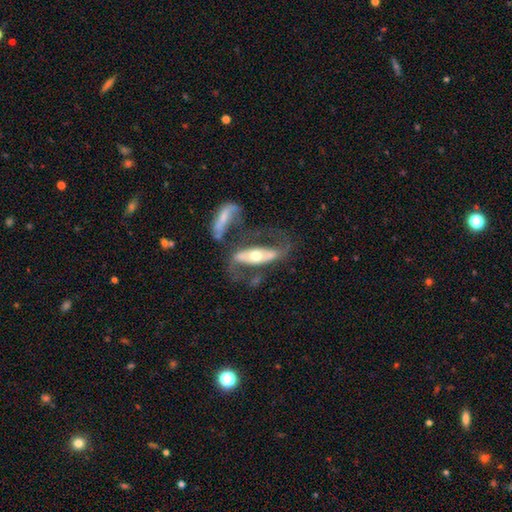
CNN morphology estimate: smooth-or-featured: featured or disk: 73% | smooth: 21% | star or artifact: 5%
  disk-edge-on: no: 74% | yes: 26%
    bar: no: 49% | strong: 33% | weak: 18%
    has-spiral-arms: yes: 67% | no: 33%
    bulge-size: moderate: 65% | small: 20% | large: 11% | dominant: 2% | none: 2%
  merging: none: 38% | merger: 24% | major disturbance: 23% | minor disturbance: 15%